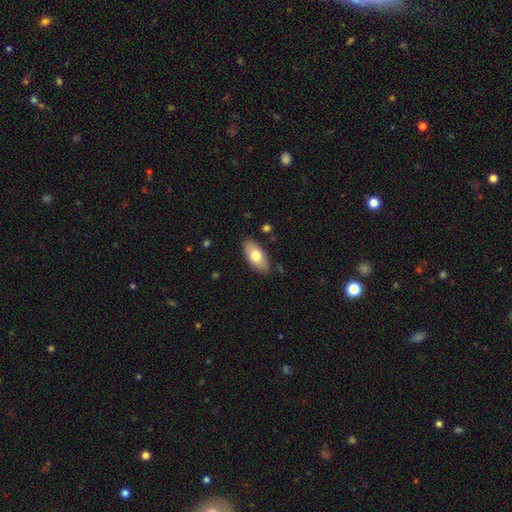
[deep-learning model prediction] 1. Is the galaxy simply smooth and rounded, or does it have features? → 74% smooth, 20% featured or disk, 6% star or artifact.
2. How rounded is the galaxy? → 90% in between, 7% cigar-shaped, 3% round.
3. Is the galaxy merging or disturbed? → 86% none, 10% minor disturbance, 2% major disturbance, 1% merger.